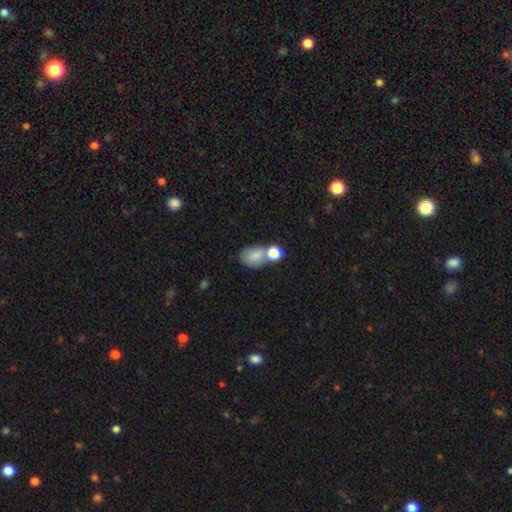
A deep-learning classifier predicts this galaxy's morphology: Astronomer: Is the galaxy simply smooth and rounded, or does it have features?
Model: smooth — 80%.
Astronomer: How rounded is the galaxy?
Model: in between — 69%.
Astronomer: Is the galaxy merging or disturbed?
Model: none — 43% (runner-up: merger, 33%).